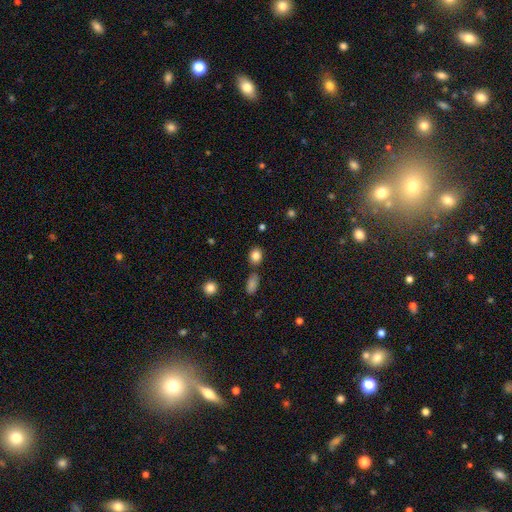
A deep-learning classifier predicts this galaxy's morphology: smooth_or_featured: smooth (p=0.84) [alt: star or artifact p=0.11]
how_rounded: round (p=0.57) [alt: in between p=0.41]
merging: none (p=0.76) [alt: minor disturbance p=0.12]